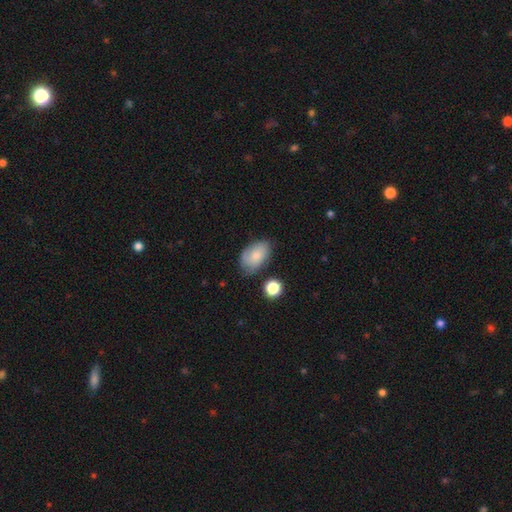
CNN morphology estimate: Smooth or featured?
  - smooth: 72% *
  - featured or disk: 20%
  - star or artifact: 8%
How rounded?
  - in between: 90% *
  - round: 8%
  - cigar-shaped: 1%
Merging?
  - none: 67% *
  - minor disturbance: 23%
  - major disturbance: 6%
  - merger: 4%